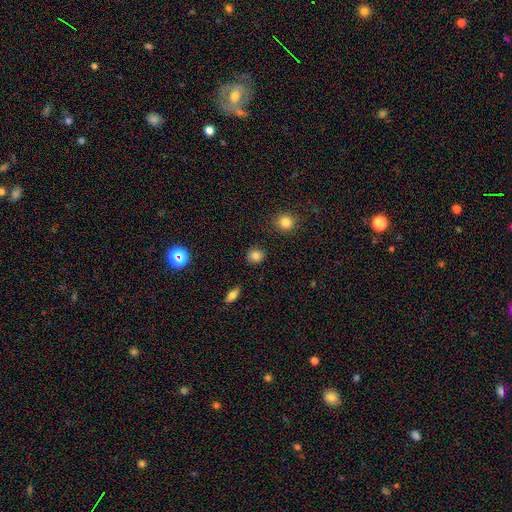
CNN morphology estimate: type=smooth (83%); roundness=round (84%); merging=none (88%).